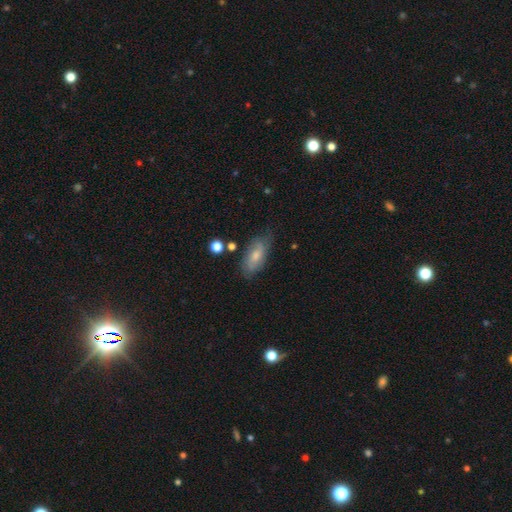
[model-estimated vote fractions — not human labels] smooth_or_featured: smooth (p=0.61) [alt: featured or disk p=0.31]
how_rounded: in between (p=0.85) [alt: cigar-shaped p=0.11]
merging: none (p=0.66) [alt: minor disturbance p=0.24]